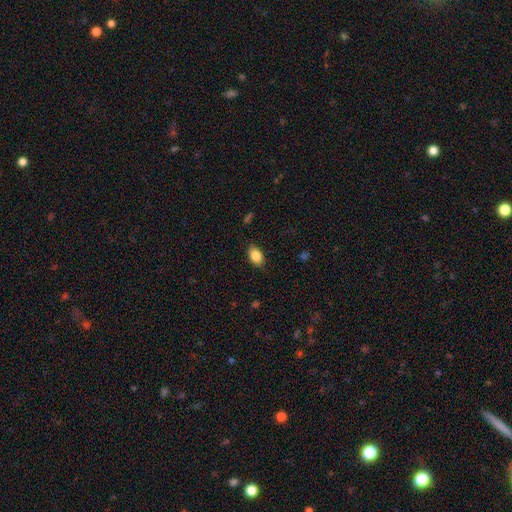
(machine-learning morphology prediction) Smooth or featured: smooth — 86% (star or artifact — 7%)
How rounded: in between — 88% (round — 10%)
Merging: none — 83% (minor disturbance — 13%)